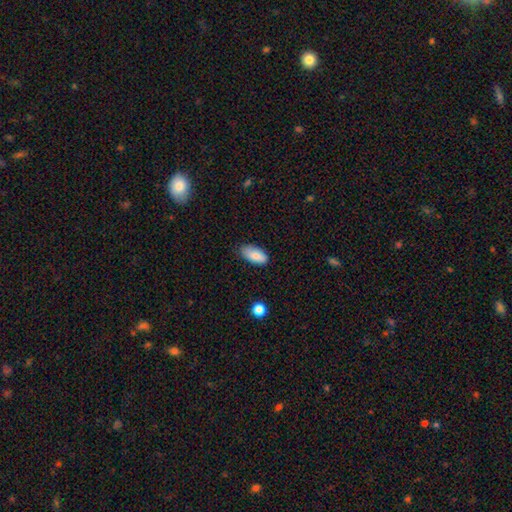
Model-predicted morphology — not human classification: smooth-or-featured: smooth: 85% | featured or disk: 8% | star or artifact: 7%
  how-rounded: in between: 90% | cigar-shaped: 7% | round: 2%
  merging: none: 75% | minor disturbance: 21% | major disturbance: 3% | merger: 1%